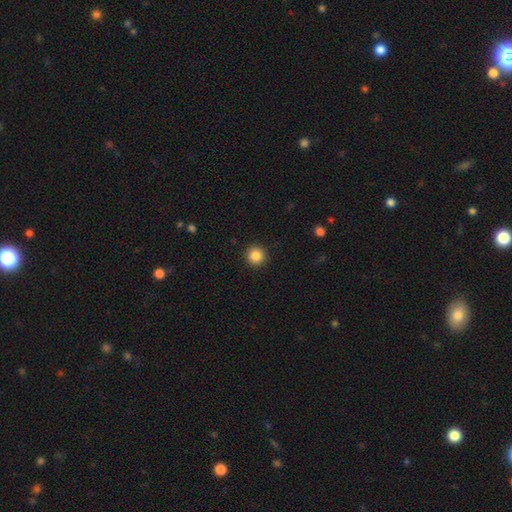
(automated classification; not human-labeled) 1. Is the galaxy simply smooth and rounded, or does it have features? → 86% smooth, 10% star or artifact, 4% featured or disk.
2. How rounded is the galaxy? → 95% round, 4% in between, 1% cigar-shaped.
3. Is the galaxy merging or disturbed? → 93% none, 5% minor disturbance, 2% major disturbance, 1% merger.